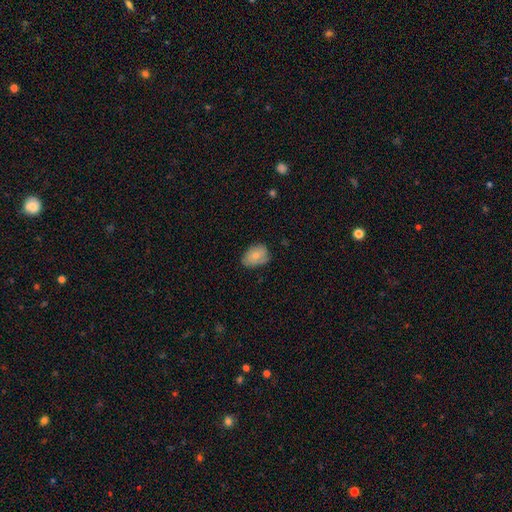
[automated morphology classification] smooth 73%, featured or disk 20%, star or artifact 7%. Down the decision tree: how rounded — in between (75%); merging — none (64%).